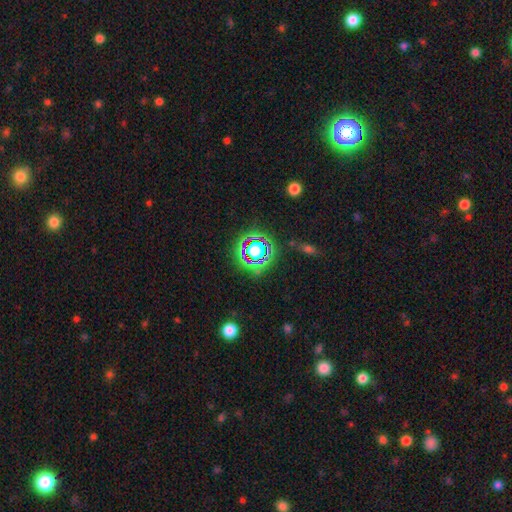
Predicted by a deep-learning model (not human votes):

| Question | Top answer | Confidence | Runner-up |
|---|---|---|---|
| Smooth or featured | star or artifact | 74% | smooth (16%) |